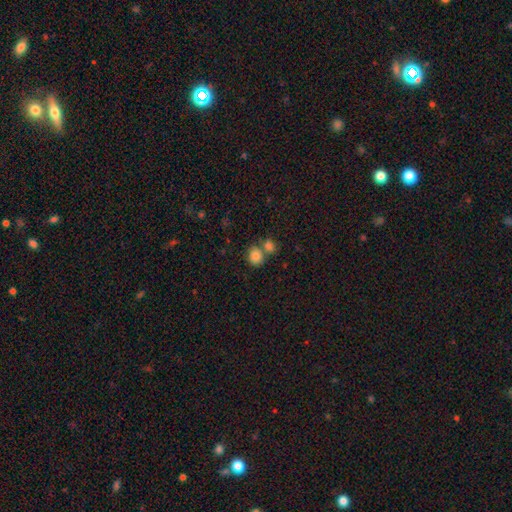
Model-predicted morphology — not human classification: This is clearly a smooth galaxy (84%). How rounded: likely round (68%). Merging: possibly none (50%).